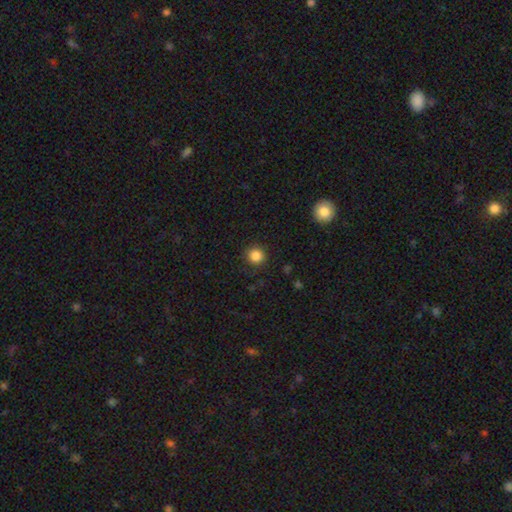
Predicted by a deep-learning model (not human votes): Smooth or featured: smooth — 85% (star or artifact — 11%)
How rounded: round — 93% (in between — 6%)
Merging: none — 89% (minor disturbance — 7%)